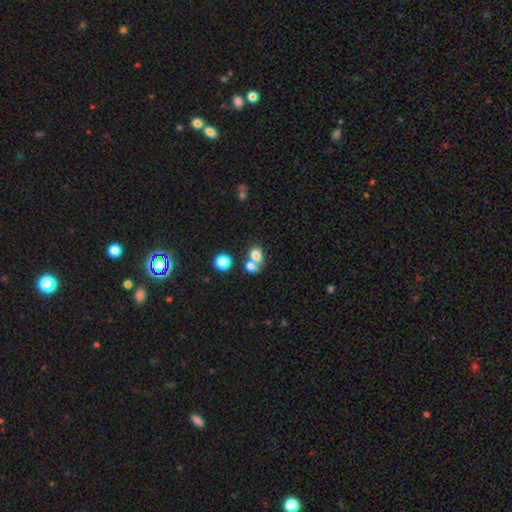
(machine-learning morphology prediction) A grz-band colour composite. It shows a smooth galaxy with no disk features (76%) that is round (51%). Merging: merger (51%).